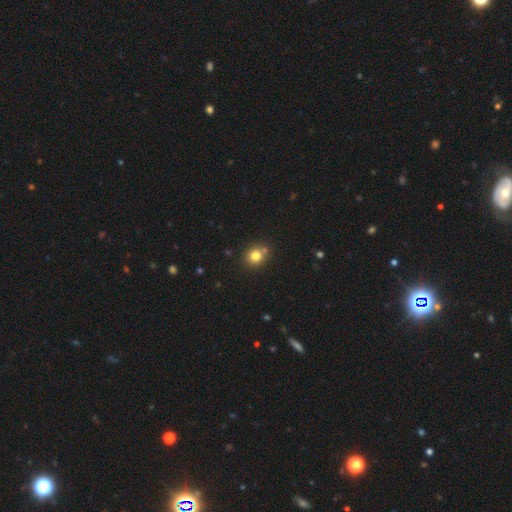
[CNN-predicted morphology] A smooth galaxy with no disk features (79%) that is round (83%).

Vote fractions:
- Smooth or featured? smooth: 79% / star or artifact: 13% / featured or disk: 8%
- How rounded? round: 83% / in between: 17% / cigar-shaped: 1%
- Merging? none: 73% / merger: 14% / minor disturbance: 10% / major disturbance: 3%